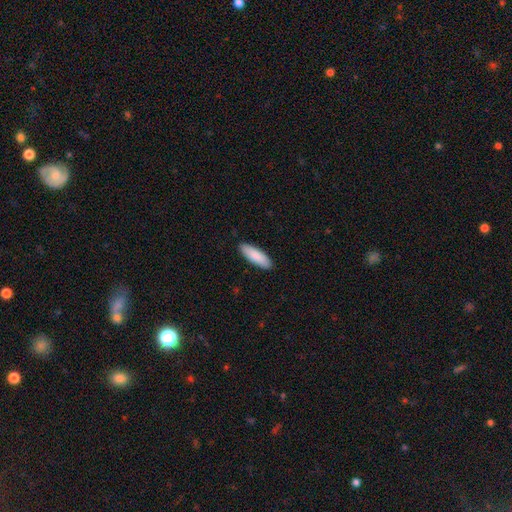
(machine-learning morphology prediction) The model was most divided on "how rounded": in between: 55%, cigar-shaped: 44%, round: 1%. More confident: merging — none (90%); smooth or featured — smooth (88%).